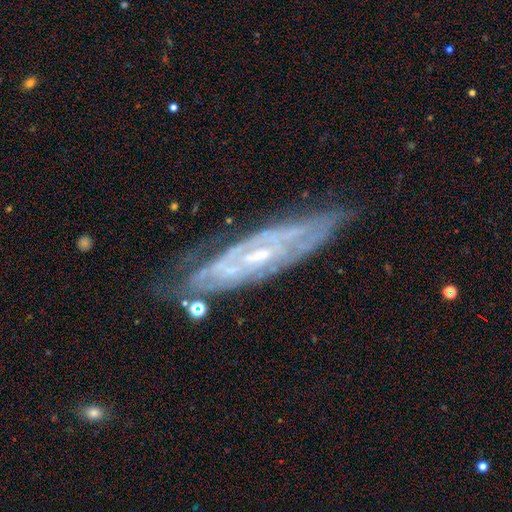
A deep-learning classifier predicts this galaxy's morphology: Smooth or featured? Predicted: featured or disk (p=0.83). Edge-on disk? Predicted: no (p=0.71). Bar? Predicted: no (p=0.45). Spiral arms? Predicted: yes (p=0.89). Spiral winding? Predicted: tight (p=0.67). Spiral arm count? Predicted: can't tell (p=0.45). Bulge size? Predicted: small (p=0.69). Merging? Predicted: none (p=0.73).